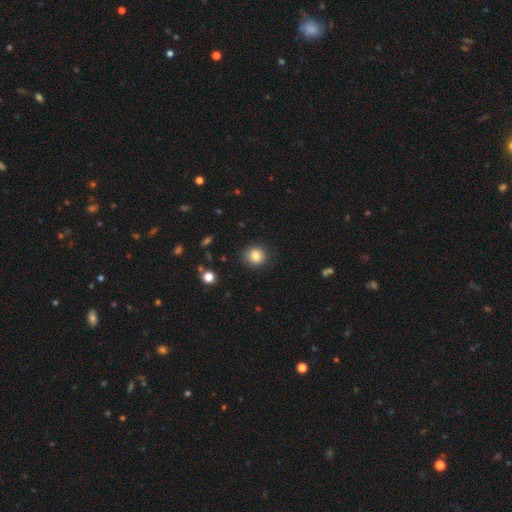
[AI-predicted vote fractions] Overall: smooth (83%). How rounded: round (82%). Merging: none (86%).